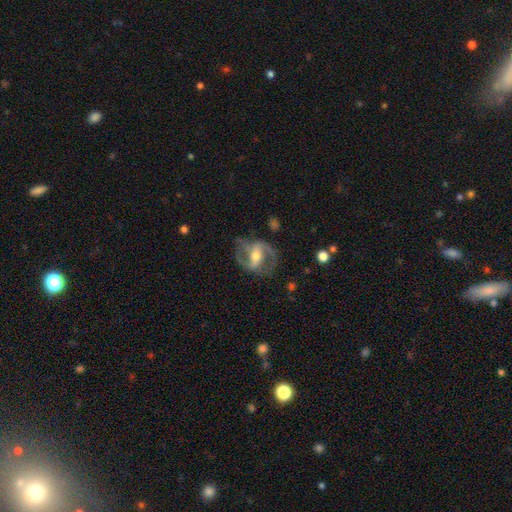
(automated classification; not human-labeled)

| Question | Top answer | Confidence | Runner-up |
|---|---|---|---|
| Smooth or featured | featured or disk | 83% | smooth (11%) |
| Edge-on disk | no | 96% | yes (4%) |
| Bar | strong | 47% | weak (36%) |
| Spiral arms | yes | 89% | no (11%) |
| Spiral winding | medium | 51% | loose (32%) |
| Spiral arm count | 2 | 88% | can't tell (5%) |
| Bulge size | moderate | 61% | small (27%) |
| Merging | none | 70% | minor disturbance (16%) |